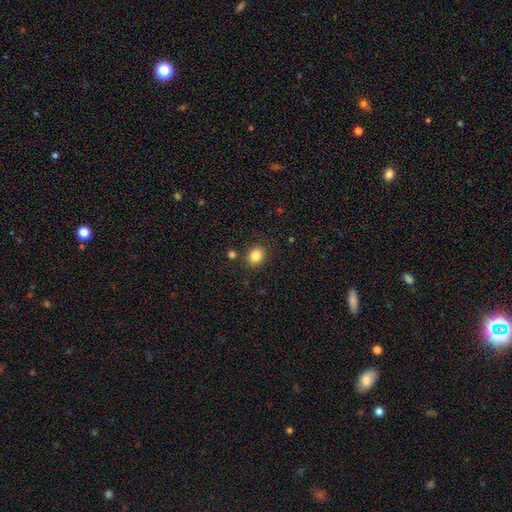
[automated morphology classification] Q: Smooth or featured?
A: smooth (84%); runner-up: star or artifact (10%)
Q: How rounded?
A: round (63%); runner-up: in between (36%)
Q: Merging?
A: none (84%); runner-up: minor disturbance (9%)